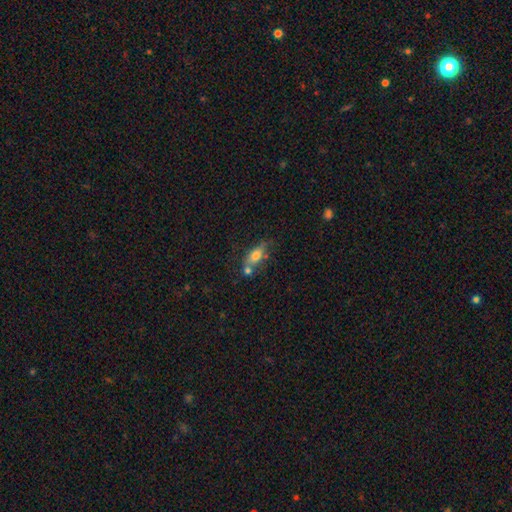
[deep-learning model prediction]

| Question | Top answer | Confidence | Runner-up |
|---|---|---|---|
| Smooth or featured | smooth | 65% | featured or disk (26%) |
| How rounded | in between | 68% | cigar-shaped (26%) |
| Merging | none | 50% | merger (22%) |